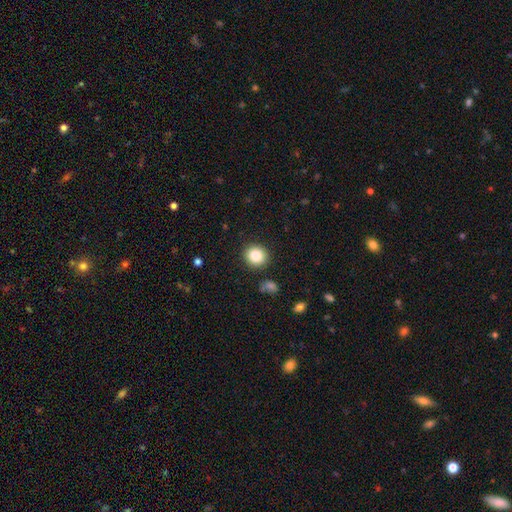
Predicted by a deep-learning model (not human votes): Smooth or featured? Predicted: smooth (p=0.85). How rounded? Predicted: round (p=0.89). Merging? Predicted: none (p=0.89).